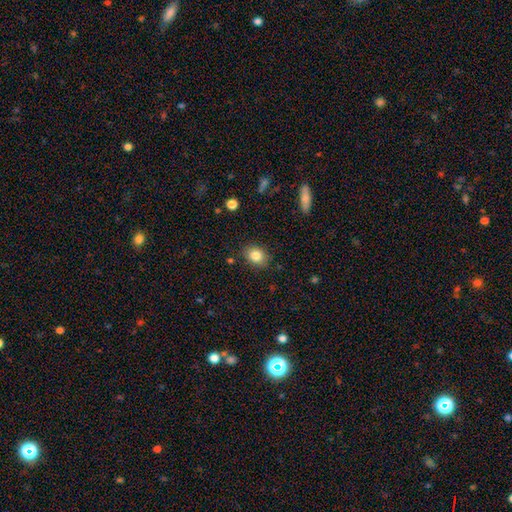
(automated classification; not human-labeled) smooth 83%, star or artifact 9%, featured or disk 8%. Down the decision tree: how rounded — in between (53%); merging — none (86%).